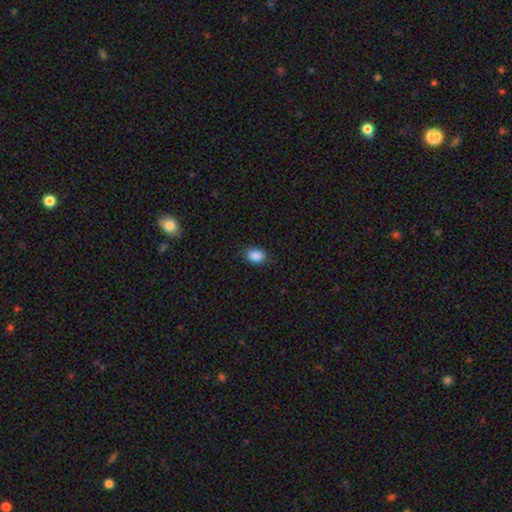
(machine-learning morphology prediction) Overall: smooth (89%). How rounded: in between (74%). Merging: none (87%).